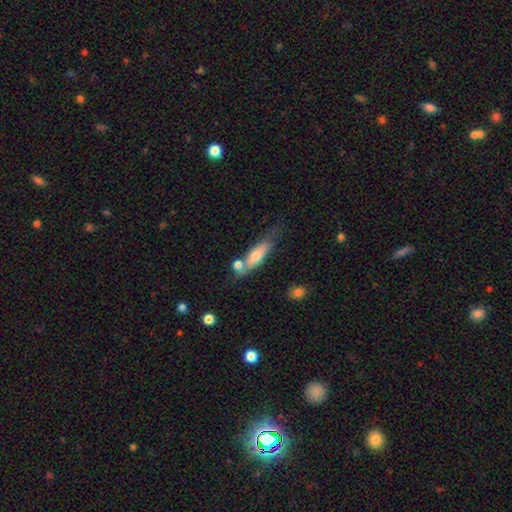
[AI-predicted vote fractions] Smooth or featured? Predicted: smooth (p=0.61). How rounded? Predicted: cigar-shaped (p=0.62). Merging? Predicted: none (p=0.49).